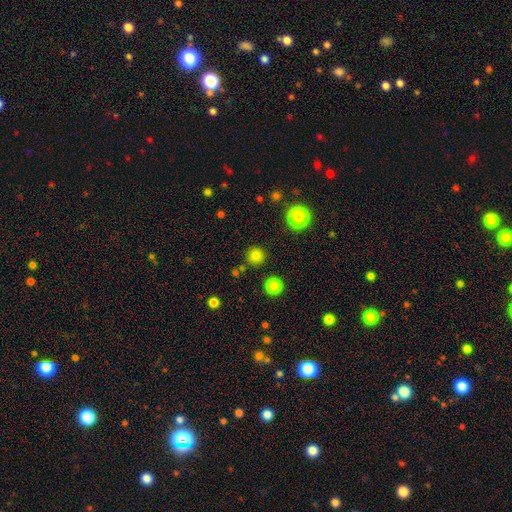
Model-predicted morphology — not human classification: A smooth galaxy with no disk features (78%) that is round (95%). Merging: none (87%).